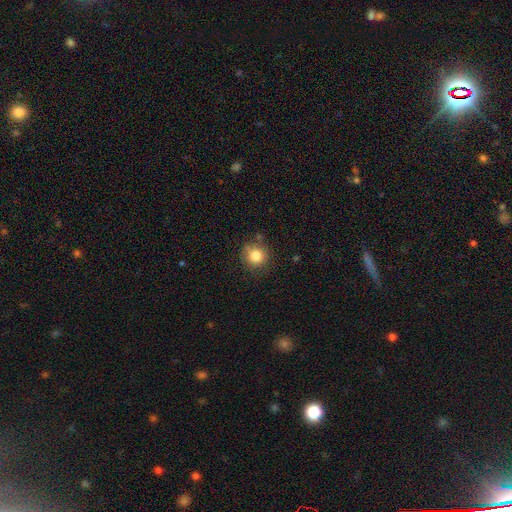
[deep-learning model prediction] smooth_or_featured: smooth (p=0.83) [alt: star or artifact p=0.11]
how_rounded: round (p=0.92) [alt: in between p=0.07]
merging: none (p=0.80) [alt: minor disturbance p=0.14]